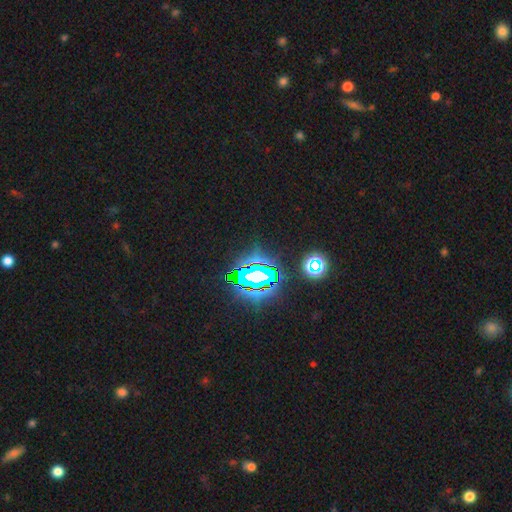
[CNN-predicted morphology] star or artifact 80%, smooth 13%, featured or disk 7%.